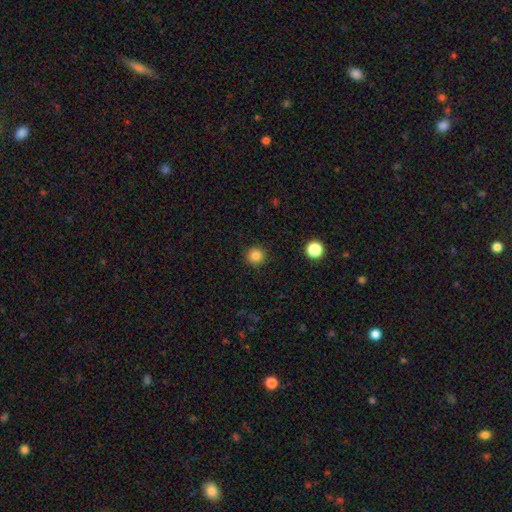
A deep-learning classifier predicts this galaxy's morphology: Q: Smooth or featured?
A: smooth (84%); runner-up: star or artifact (11%)
Q: How rounded?
A: round (95%); runner-up: in between (4%)
Q: Merging?
A: none (91%); runner-up: minor disturbance (5%)